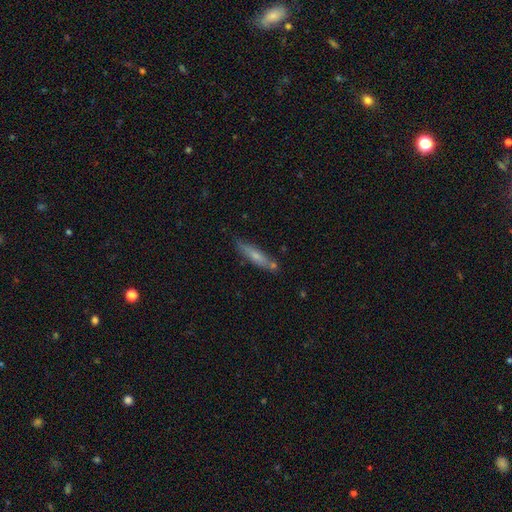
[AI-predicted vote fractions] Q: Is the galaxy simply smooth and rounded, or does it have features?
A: smooth — 57%.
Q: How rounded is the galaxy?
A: cigar-shaped — 83%.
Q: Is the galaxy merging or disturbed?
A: none — 73%.